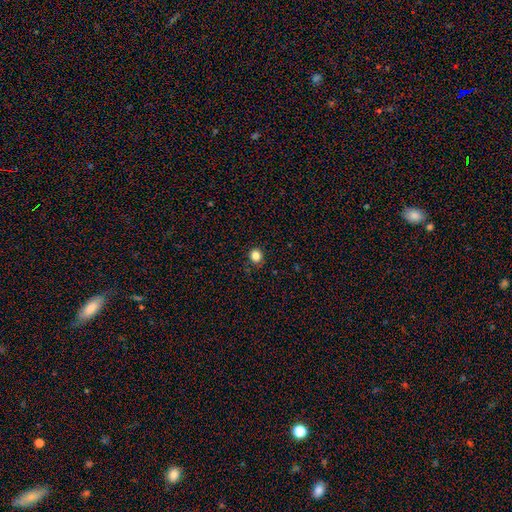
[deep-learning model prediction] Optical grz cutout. It shows a smooth galaxy with no disk features (84%) that is round (86%). Merging: none (91%).